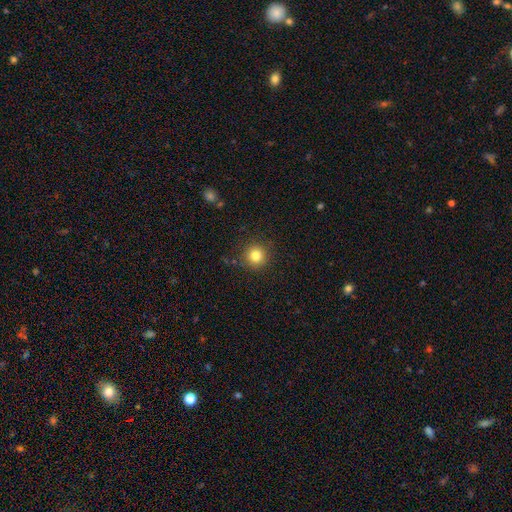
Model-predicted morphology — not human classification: Overall: smooth (81%). How rounded: round (95%). Merging: none (89%).